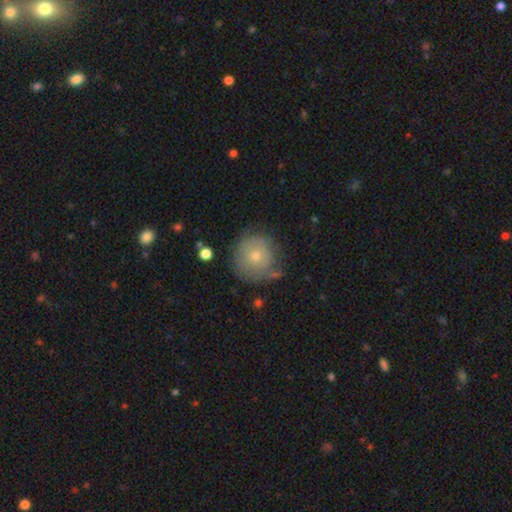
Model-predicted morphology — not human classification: type=smooth (63%); roundness=round (92%); merging=none (71%).